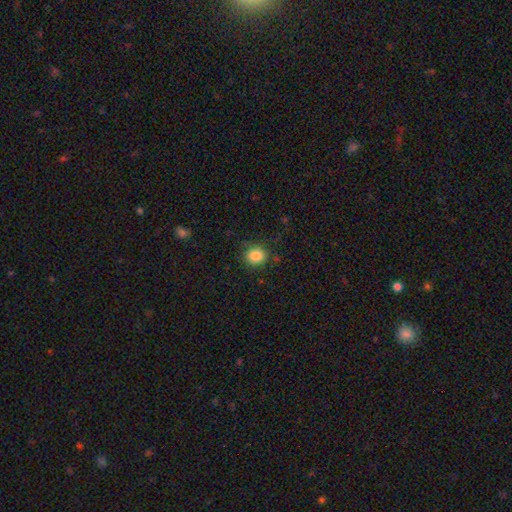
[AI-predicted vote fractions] Smooth or featured?
  - smooth: 84% *
  - star or artifact: 10%
  - featured or disk: 6%
How rounded?
  - round: 74% *
  - in between: 25%
  - cigar-shaped: 1%
Merging?
  - none: 81% *
  - minor disturbance: 13%
  - major disturbance: 4%
  - merger: 2%